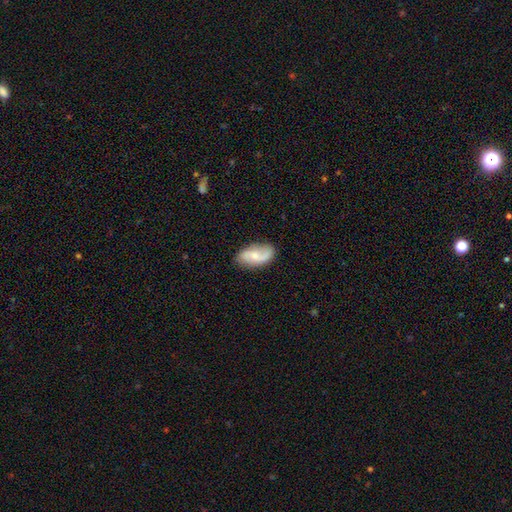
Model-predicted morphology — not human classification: smooth-or-featured: featured or disk: 67% | smooth: 28% | star or artifact: 6%
  disk-edge-on: no: 96% | yes: 4%
    bar: no: 50% | weak: 40% | strong: 10%
    has-spiral-arms: yes: 92% | no: 8%
      spiral-winding: loose: 64% | medium: 27% | tight: 9%
      spiral-arm-count: 2: 88% | can't tell: 5% | 1: 4% | 3: 1% | 4: 1% | more than 4: 1%
    bulge-size: small: 54% | moderate: 37% | none: 5% | large: 2% | dominant: 1%
  merging: none: 81% | minor disturbance: 15% | major disturbance: 4% | merger: 1%